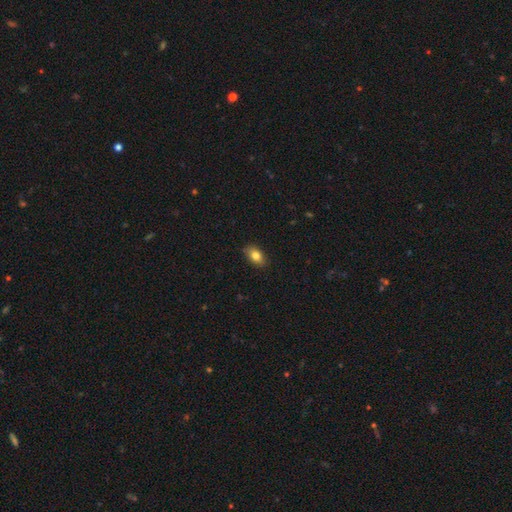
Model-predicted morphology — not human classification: Smooth or featured: smooth — 81% (featured or disk — 11%)
How rounded: in between — 87% (round — 11%)
Merging: none — 86% (minor disturbance — 11%)